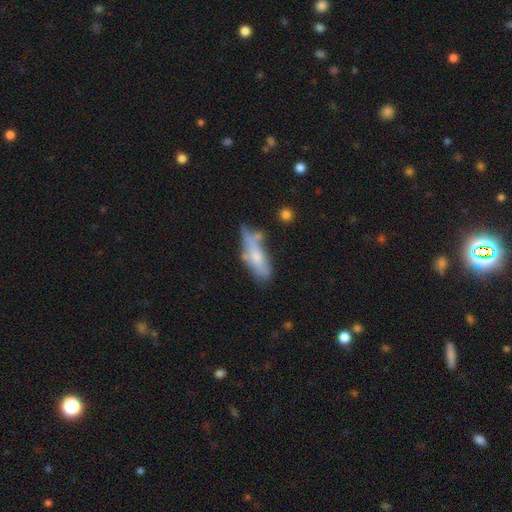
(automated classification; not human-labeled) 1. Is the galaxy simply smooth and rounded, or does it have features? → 54% smooth, 37% featured or disk, 9% star or artifact.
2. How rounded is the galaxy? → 57% in between, 41% cigar-shaped, 2% round.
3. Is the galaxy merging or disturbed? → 38% none, 31% minor disturbance, 18% major disturbance, 14% merger.